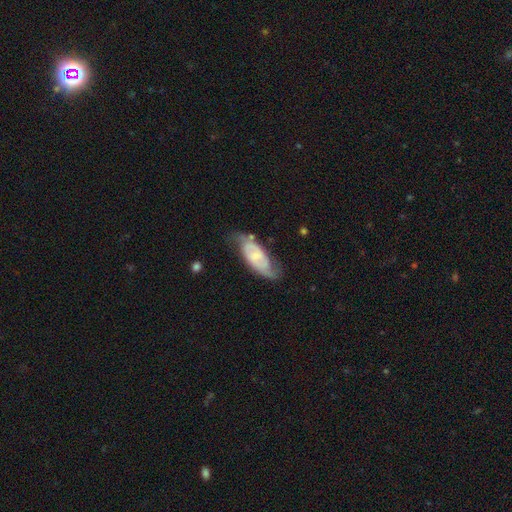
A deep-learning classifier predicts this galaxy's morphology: A featured or disk galaxy (71%) with a weak bar (44%), 2 (81%) medium (45%) spiral arms (90%) and a small central bulge (51%). Merging: none (61%).